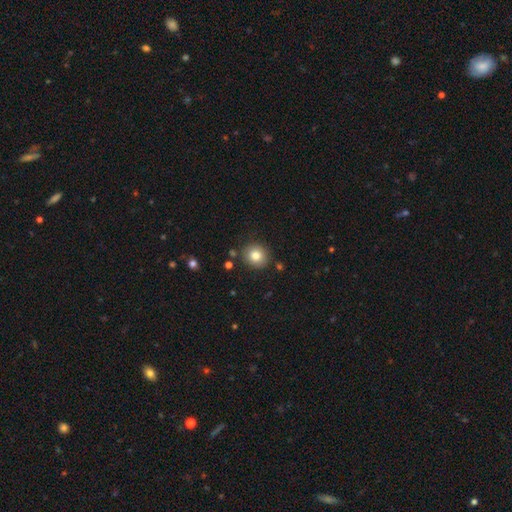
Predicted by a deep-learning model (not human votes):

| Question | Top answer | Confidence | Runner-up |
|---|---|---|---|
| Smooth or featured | smooth | 82% | star or artifact (10%) |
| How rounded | round | 86% | in between (13%) |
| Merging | none | 86% | minor disturbance (8%) |